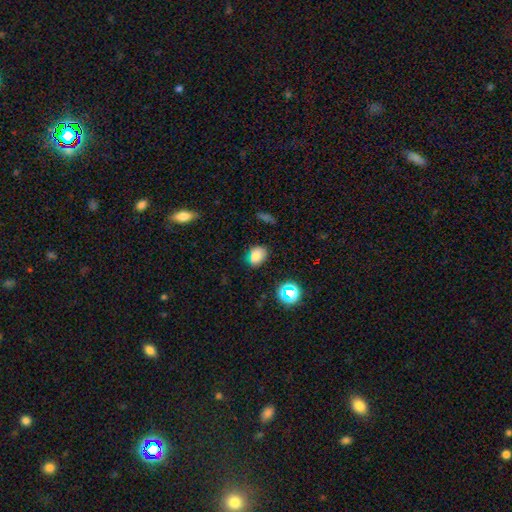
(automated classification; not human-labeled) This appears to be a smooth galaxy with no disk features (76%) that is in between round and cigar-shaped (59%). Merging: none (77%).